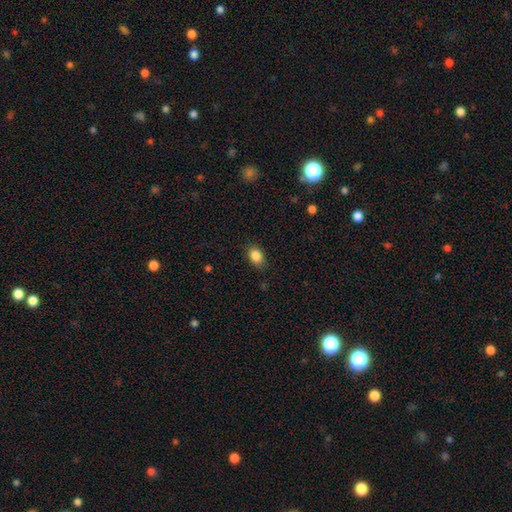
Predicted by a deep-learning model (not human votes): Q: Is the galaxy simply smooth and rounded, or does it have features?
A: smooth — 86%.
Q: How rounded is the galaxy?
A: in between — 73%.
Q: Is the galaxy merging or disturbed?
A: none — 83%.